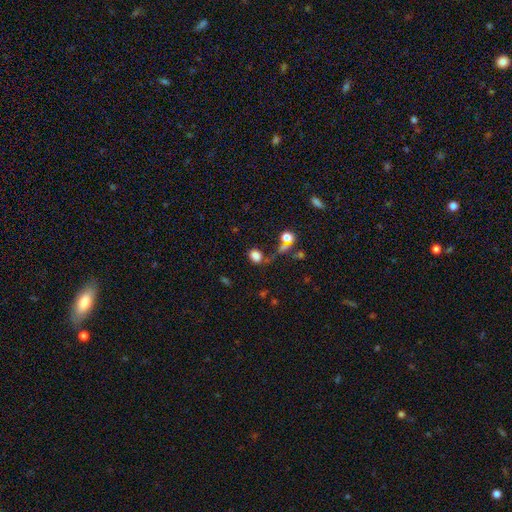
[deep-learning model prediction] Overall: smooth (78%). How rounded: in between (51%; round 47%). Merging: none (56%; minor disturbance 18%).